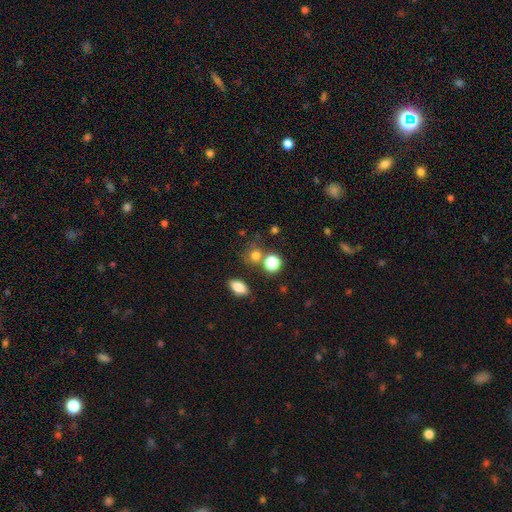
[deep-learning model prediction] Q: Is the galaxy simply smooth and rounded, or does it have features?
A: smooth — 76%.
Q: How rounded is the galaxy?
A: round — 81%.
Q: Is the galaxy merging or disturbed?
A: none — 65%.